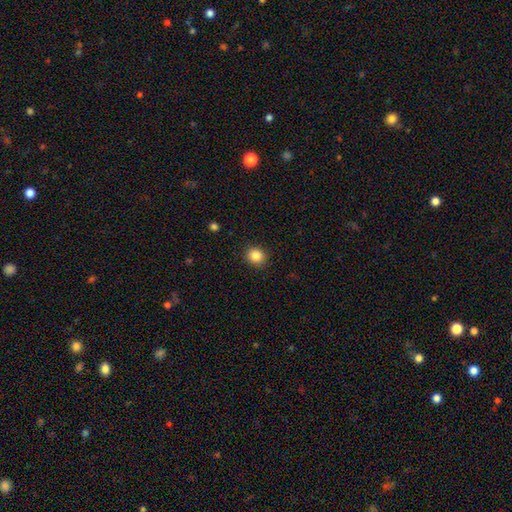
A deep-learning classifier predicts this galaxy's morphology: Smooth or featured?
  - smooth: 86% *
  - star or artifact: 10%
  - featured or disk: 4%
How rounded?
  - round: 77% *
  - in between: 22%
  - cigar-shaped: 1%
Merging?
  - none: 89% *
  - minor disturbance: 7%
  - major disturbance: 2%
  - merger: 1%